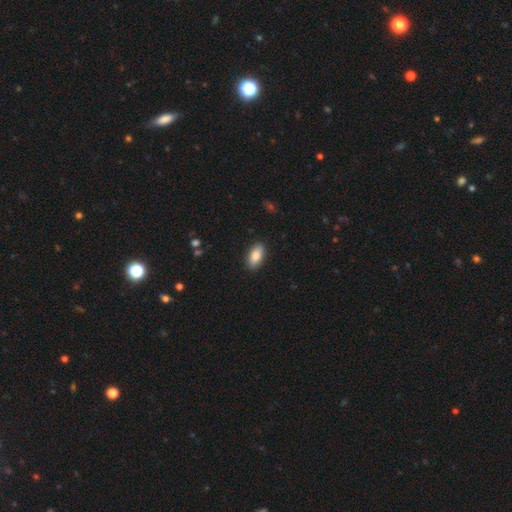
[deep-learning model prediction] smooth_or_featured: smooth (p=0.85) [alt: featured or disk p=0.08]
how_rounded: in between (p=0.91) [alt: cigar-shaped p=0.06]
merging: none (p=0.90) [alt: minor disturbance p=0.07]